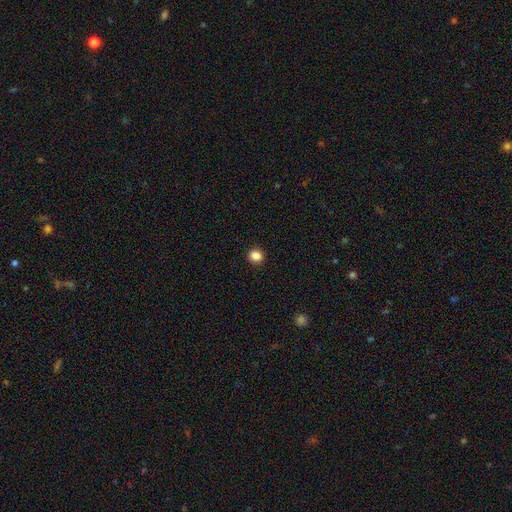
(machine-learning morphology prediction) Smooth or featured?
  - smooth: 86% *
  - star or artifact: 11%
  - featured or disk: 3%
How rounded?
  - round: 87% *
  - in between: 13%
  - cigar-shaped: 1%
Merging?
  - none: 93% *
  - minor disturbance: 5%
  - major disturbance: 2%
  - merger: 1%